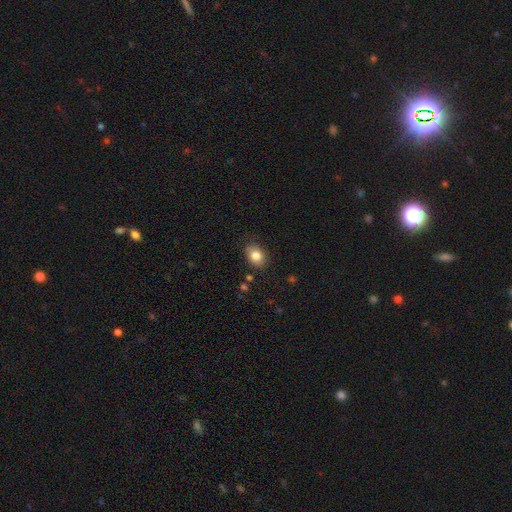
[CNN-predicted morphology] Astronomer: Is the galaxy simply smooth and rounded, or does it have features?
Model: smooth — 83%.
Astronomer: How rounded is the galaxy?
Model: in between — 66%.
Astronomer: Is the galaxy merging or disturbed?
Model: none — 81%.